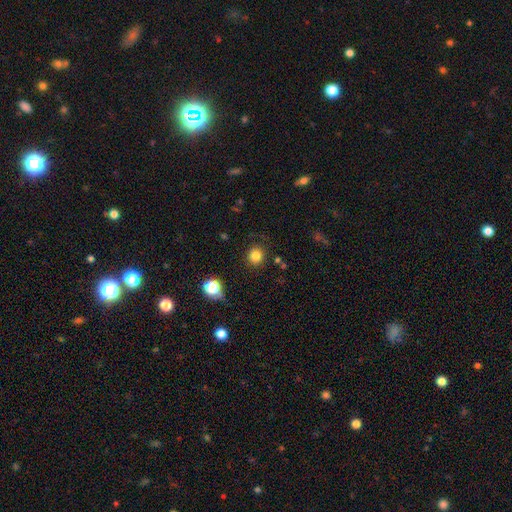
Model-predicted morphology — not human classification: Overall: smooth (81%). How rounded: round (91%). Merging: none (85%).